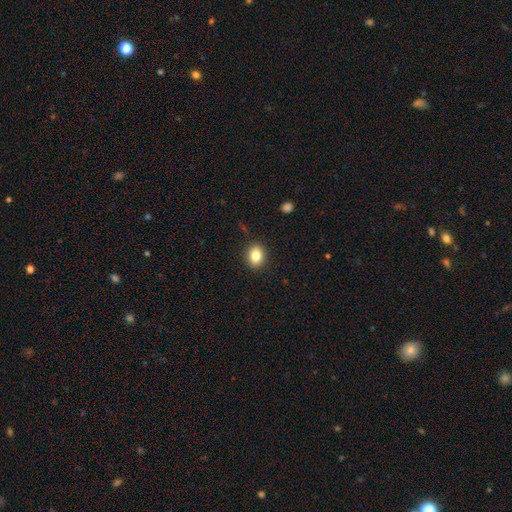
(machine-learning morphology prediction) Smooth or featured?
  - smooth: 83% *
  - star or artifact: 10%
  - featured or disk: 7%
How rounded?
  - in between: 51% *
  - round: 48%
  - cigar-shaped: 1%
Merging?
  - none: 89% *
  - minor disturbance: 8%
  - major disturbance: 2%
  - merger: 1%